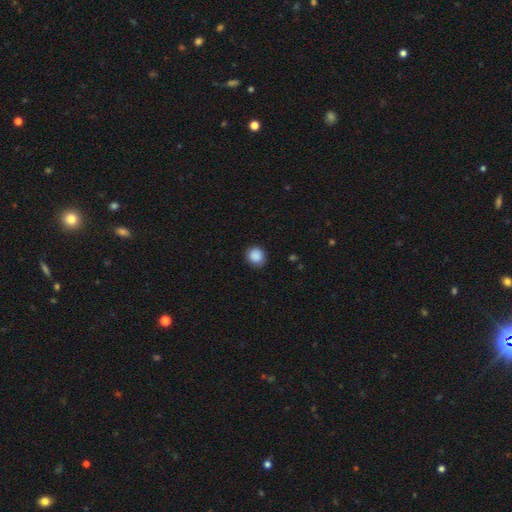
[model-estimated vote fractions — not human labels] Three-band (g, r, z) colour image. It shows a smooth galaxy with no disk features (88%) that is round (86%). Merging: none (86%).